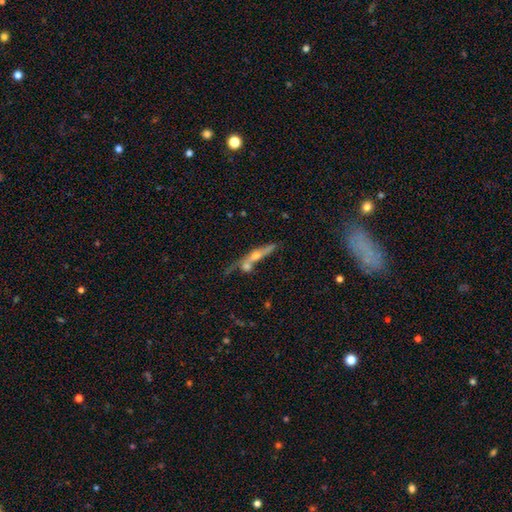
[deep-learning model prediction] Morphology: type=featured or disk (61%); edge-on=yes (81%); merging=none (44%).